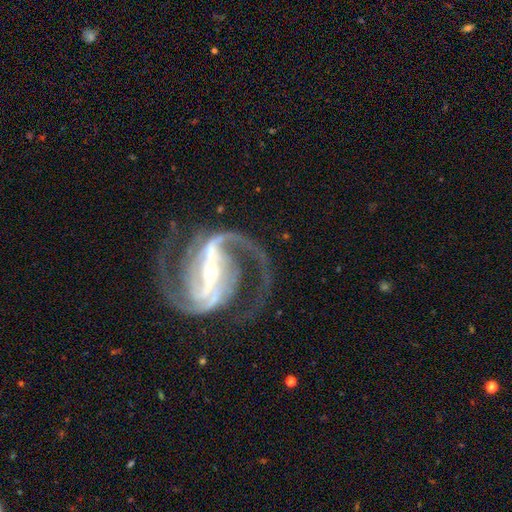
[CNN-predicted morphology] Overall: featured or disk (93%). Edge-on disk: no (97%). Bar: strong (78%). Spiral arms: yes (99%). Spiral arm count: 2 (89%). Spiral winding: medium (60%; tight 26%). Bulge size: small (63%; moderate 32%). Merging: none (74%).